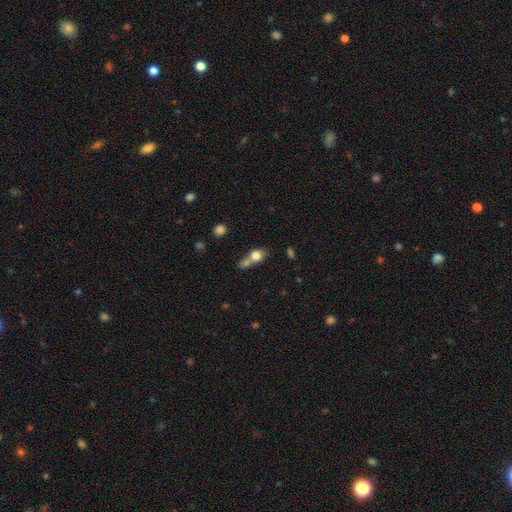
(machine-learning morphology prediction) Overall: smooth (76%). How rounded: in between (49%; round 47%). Merging: merger (56%; none 29%).